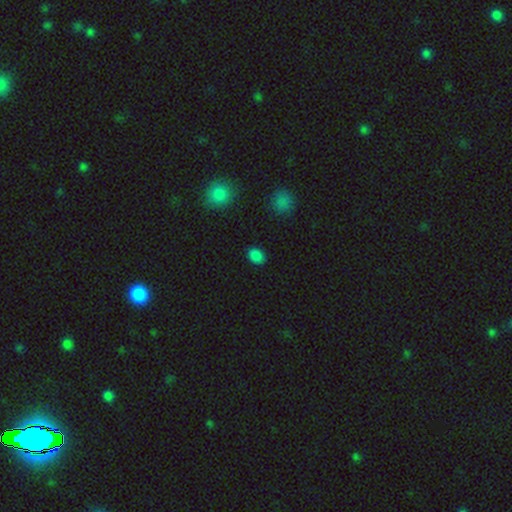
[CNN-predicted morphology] smooth-or-featured: smooth: 85% | star or artifact: 11% | featured or disk: 3%
  how-rounded: in between: 71% | round: 28% | cigar-shaped: 1%
  merging: none: 88% | minor disturbance: 9% | major disturbance: 2% | merger: 1%